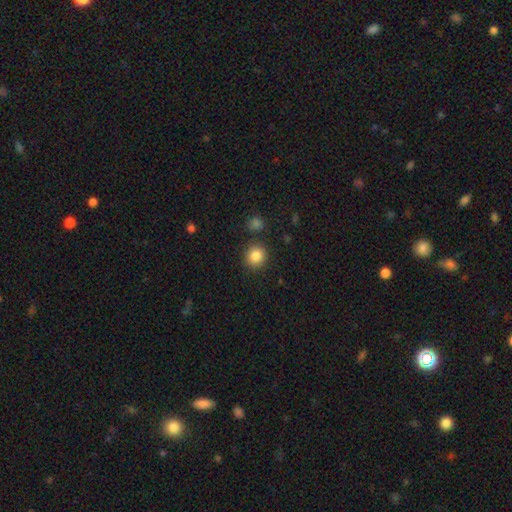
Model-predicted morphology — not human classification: The model was most divided on "smooth or featured": smooth: 85%, star or artifact: 10%, featured or disk: 5%. More confident: how rounded — round (89%); merging — none (87%).